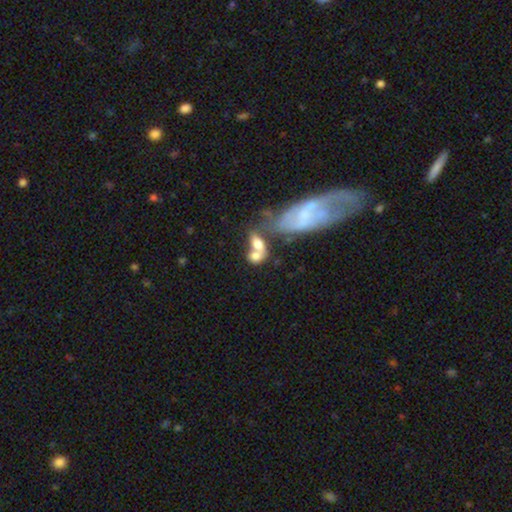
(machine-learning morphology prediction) Smooth or featured? Predicted: smooth (p=0.64). How rounded? Predicted: in between (p=0.71). Merging? Predicted: merger (p=0.65).